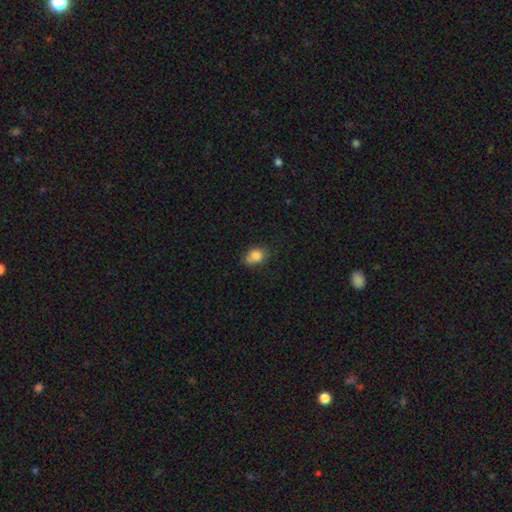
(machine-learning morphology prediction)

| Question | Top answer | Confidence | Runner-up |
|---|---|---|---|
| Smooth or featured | smooth | 84% | star or artifact (10%) |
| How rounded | in between | 64% | round (34%) |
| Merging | none | 66% | minor disturbance (26%) |